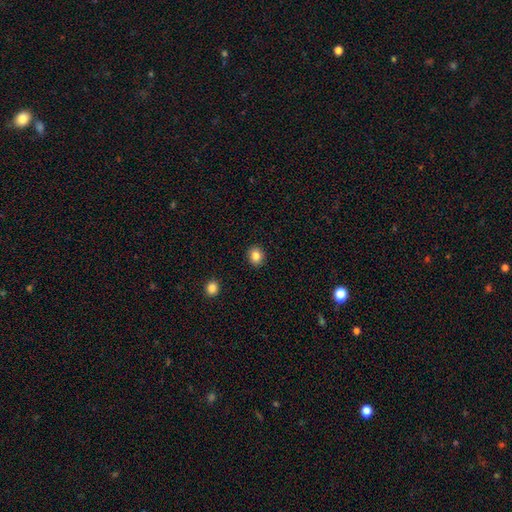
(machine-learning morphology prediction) Smooth or featured? smooth (84%)
How rounded? round (75%)
Merging? none (92%)